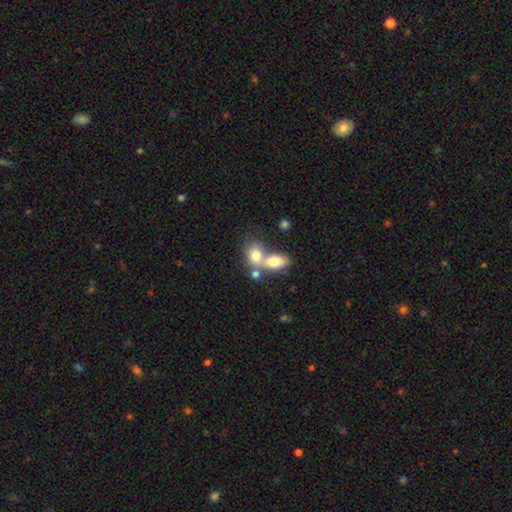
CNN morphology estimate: Overall: smooth (75%). How rounded: in between (63%; round 34%). Merging: merger (64%).